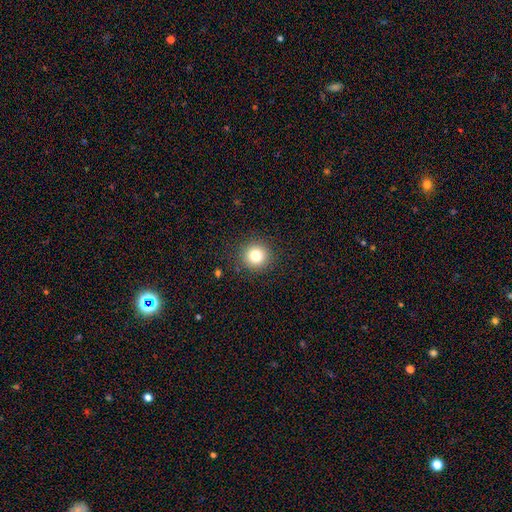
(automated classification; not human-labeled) Smooth or featured?
  - smooth: 79% *
  - star or artifact: 13%
  - featured or disk: 8%
How rounded?
  - round: 94% *
  - in between: 5%
  - cigar-shaped: 1%
Merging?
  - none: 91% *
  - minor disturbance: 6%
  - major disturbance: 2%
  - merger: 1%